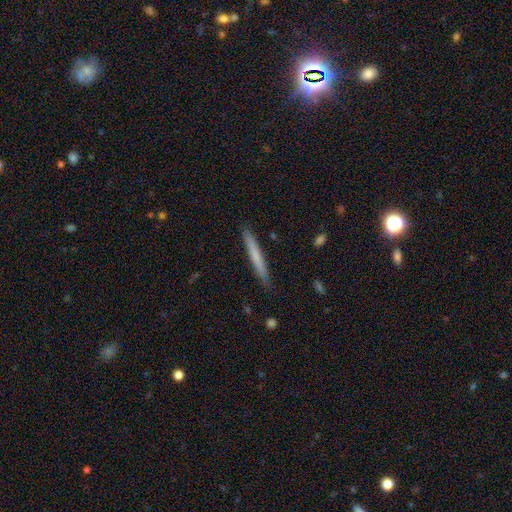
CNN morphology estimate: This is likely a smooth galaxy (65%). How rounded: clearly cigar-shaped (97%). Merging: clearly none (90%).